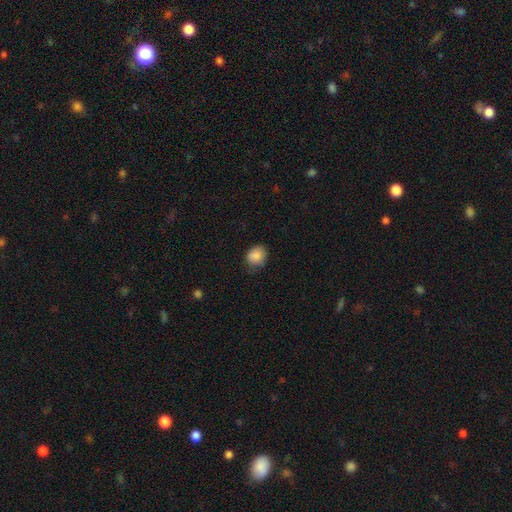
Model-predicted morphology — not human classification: smooth-or-featured: smooth: 86% | star or artifact: 8% | featured or disk: 5%
  how-rounded: round: 64% | in between: 35% | cigar-shaped: 1%
  merging: none: 70% | minor disturbance: 25% | major disturbance: 5% | merger: 1%